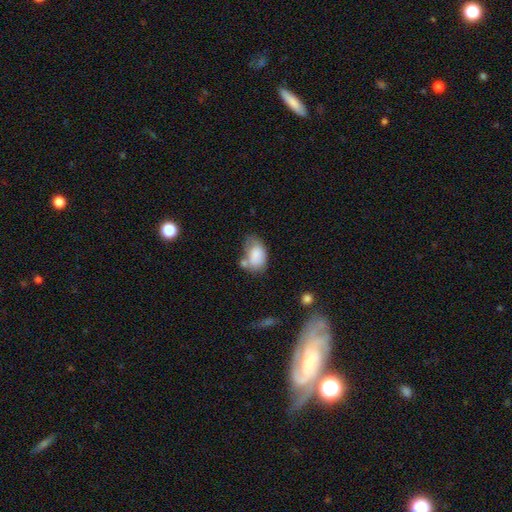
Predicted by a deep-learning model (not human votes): Morphology: type=smooth (79%); roundness=in between (89%); merging=none (33%).